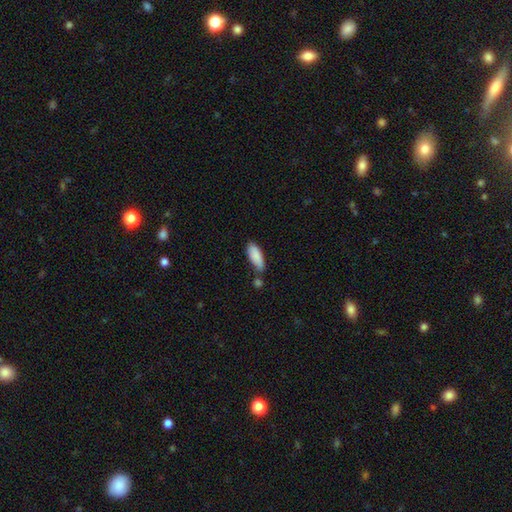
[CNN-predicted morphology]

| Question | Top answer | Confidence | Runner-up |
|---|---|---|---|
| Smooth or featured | smooth | 87% | featured or disk (7%) |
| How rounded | in between | 70% | cigar-shaped (28%) |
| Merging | none | 59% | minor disturbance (23%) |